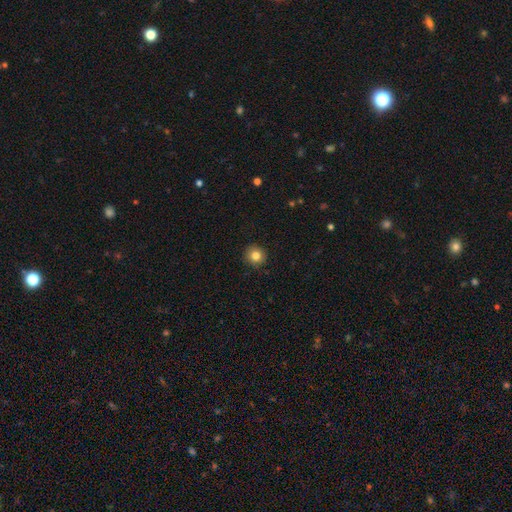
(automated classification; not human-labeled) This is clearly a smooth galaxy (83%). How rounded: clearly round (92%). Merging: clearly none (90%).